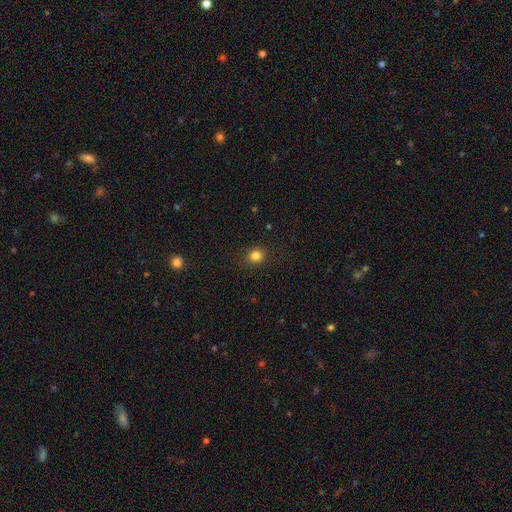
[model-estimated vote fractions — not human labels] This is clearly a smooth galaxy (83%). How rounded: clearly round (81%). Merging: clearly none (88%).